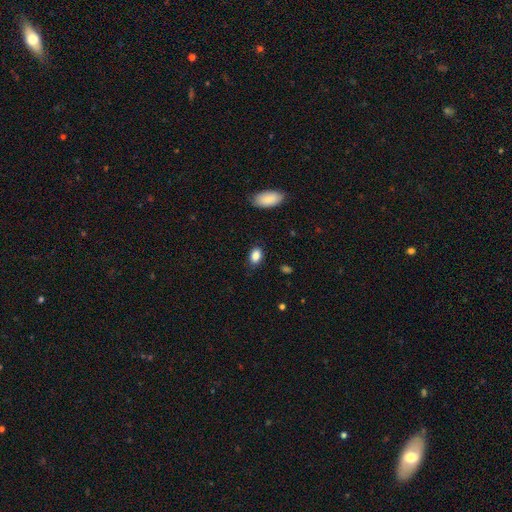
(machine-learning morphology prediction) The model was most divided on "merging": none: 82%, minor disturbance: 13%, major disturbance: 3%, merger: 1%. More confident: smooth or featured — smooth (87%); how rounded — in between (85%).